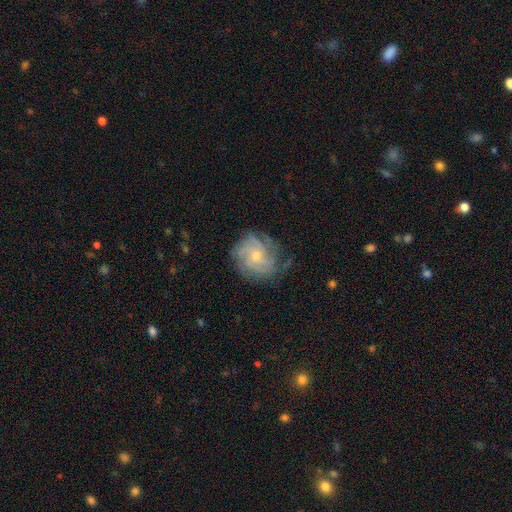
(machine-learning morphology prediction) Smooth or featured? Predicted: featured or disk (p=0.77). Edge-on disk? Predicted: no (p=0.97). Bar? Predicted: no (p=0.76). Spiral arms? Predicted: yes (p=0.93). Spiral winding? Predicted: tight (p=0.63). Spiral arm count? Predicted: can't tell (p=0.38). Bulge size? Predicted: small (p=0.57). Merging? Predicted: none (p=0.73).